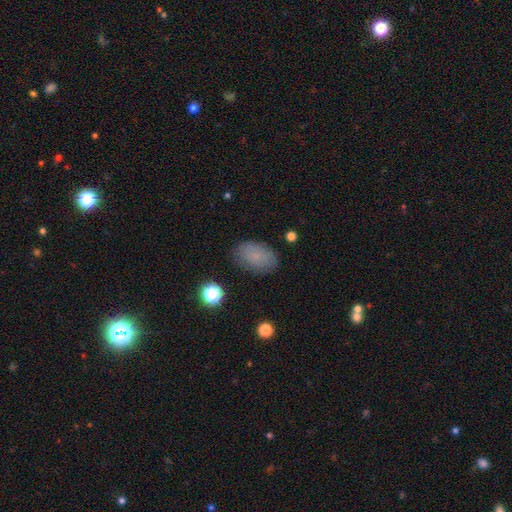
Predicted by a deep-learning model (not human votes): Q: Smooth or featured?
A: smooth (79%); runner-up: star or artifact (11%)
Q: How rounded?
A: in between (89%); runner-up: round (10%)
Q: Merging?
A: none (83%); runner-up: minor disturbance (12%)